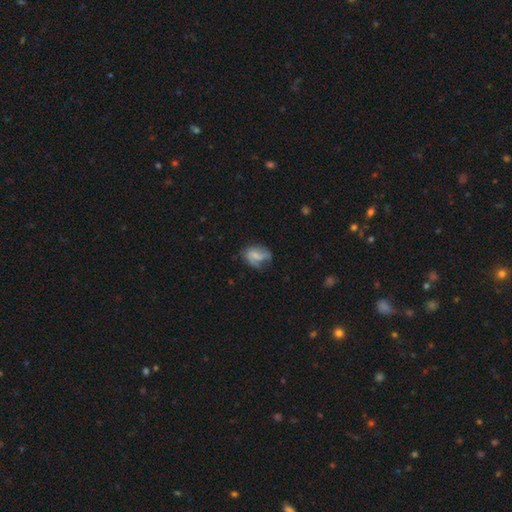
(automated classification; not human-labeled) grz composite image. It shows a smooth galaxy with no disk features (51%) that is in between round and cigar-shaped (72%). Merging: none (40%).